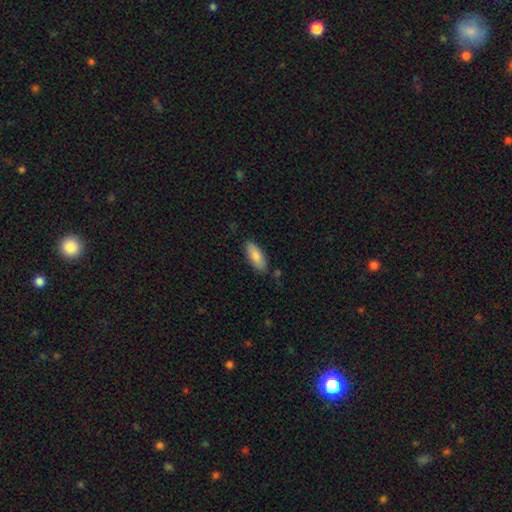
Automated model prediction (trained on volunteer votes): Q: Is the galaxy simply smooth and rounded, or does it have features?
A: smooth — 86%.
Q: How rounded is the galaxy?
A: in between — 77%.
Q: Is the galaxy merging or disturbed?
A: none — 81%.